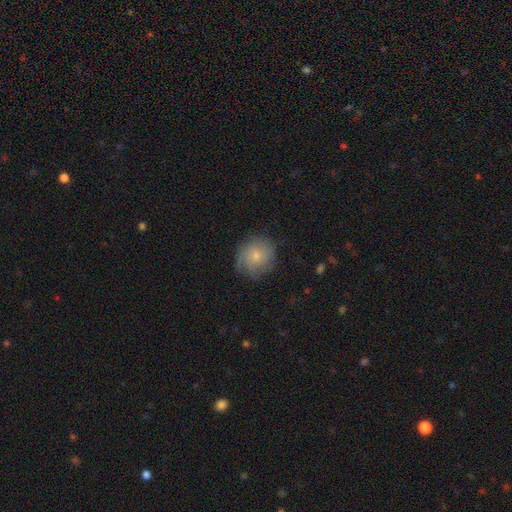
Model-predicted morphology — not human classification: Overall: smooth (53%; featured or disk 38%). How rounded: round (85%). Merging: none (69%).